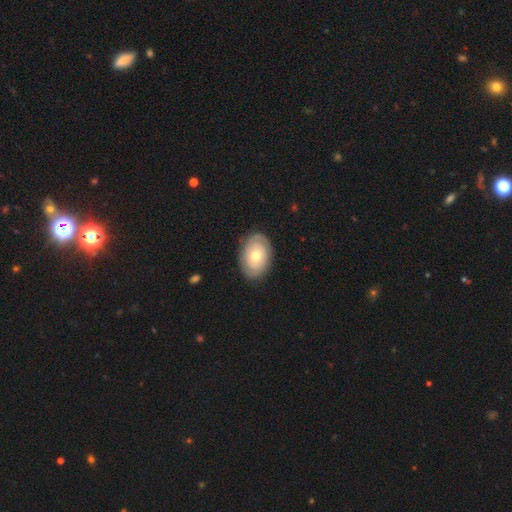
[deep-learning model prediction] Smooth or featured? Predicted: featured or disk (p=0.52). Edge-on disk? Predicted: no (p=0.94). Merging? Predicted: none (p=0.84).